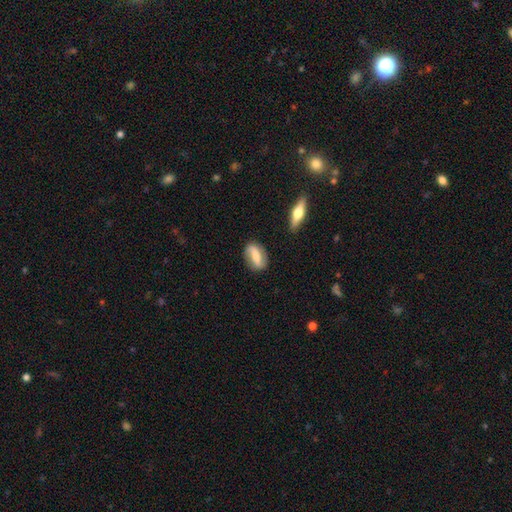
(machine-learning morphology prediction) Smooth or featured?
  - featured or disk: 53% *
  - smooth: 40%
  - star or artifact: 7%
Edge-on disk?
  - no: 89% *
  - yes: 11%
Merging?
  - none: 82% *
  - minor disturbance: 13%
  - major disturbance: 3%
  - merger: 2%